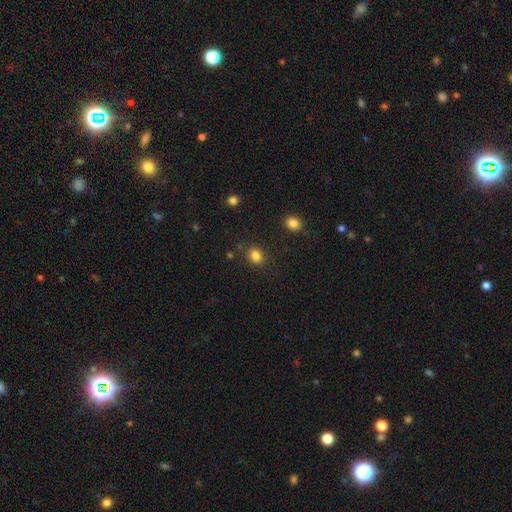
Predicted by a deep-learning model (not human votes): Smooth or featured? smooth (84%)
How rounded? round (59%)
Merging? none (85%)